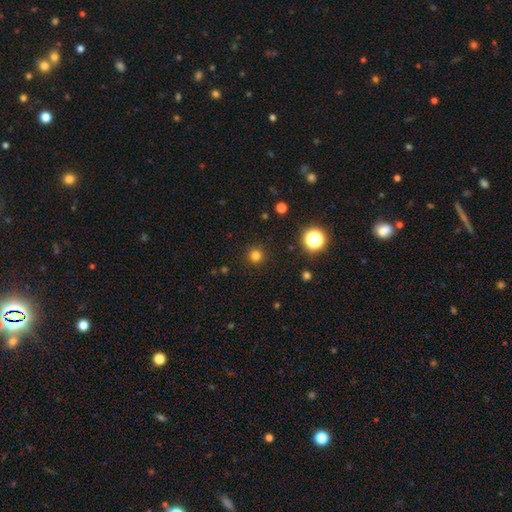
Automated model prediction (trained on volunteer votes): Overall: smooth (79%). How rounded: round (95%). Merging: none (91%).